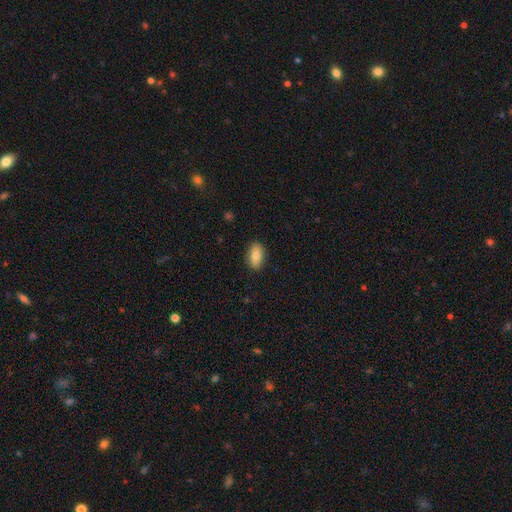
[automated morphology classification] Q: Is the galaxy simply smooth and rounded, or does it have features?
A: smooth — 79%.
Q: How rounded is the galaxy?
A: in between — 89%.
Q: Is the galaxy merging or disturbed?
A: none — 87%.